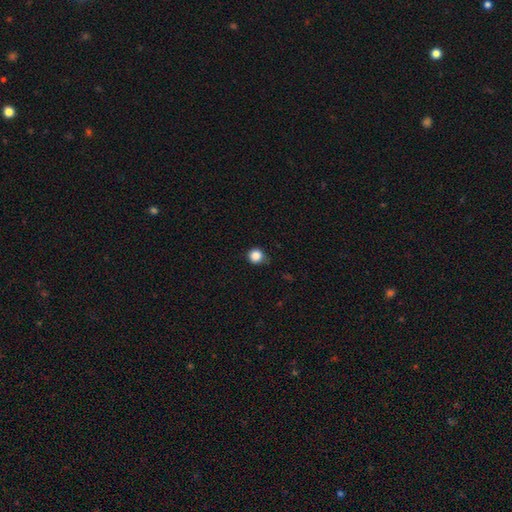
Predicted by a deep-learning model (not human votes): Overall: smooth (85%). How rounded: round (92%). Merging: none (77%).